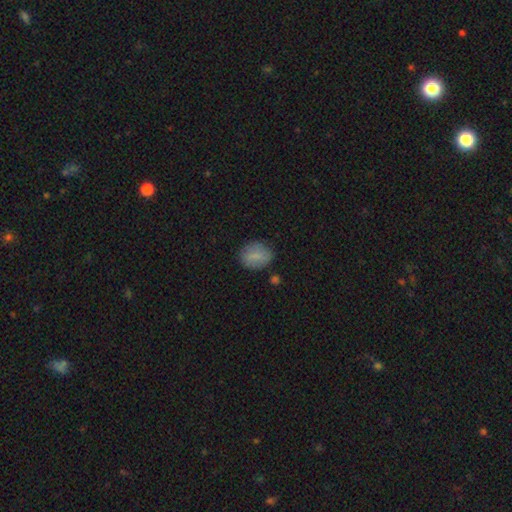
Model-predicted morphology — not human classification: Smooth or featured?
  - smooth: 79% *
  - featured or disk: 13%
  - star or artifact: 8%
How rounded?
  - in between: 54% *
  - round: 44%
  - cigar-shaped: 2%
Merging?
  - none: 76% *
  - minor disturbance: 17%
  - major disturbance: 4%
  - merger: 3%